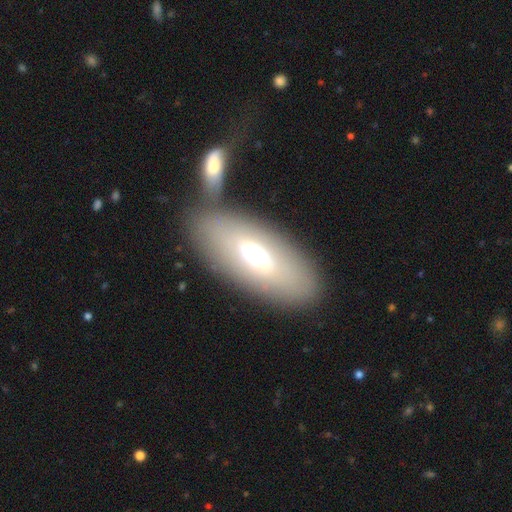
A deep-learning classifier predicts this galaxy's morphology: Smooth or featured? Predicted: smooth (p=0.60). How rounded? Predicted: in between (p=0.84). Merging? Predicted: none (p=0.61).